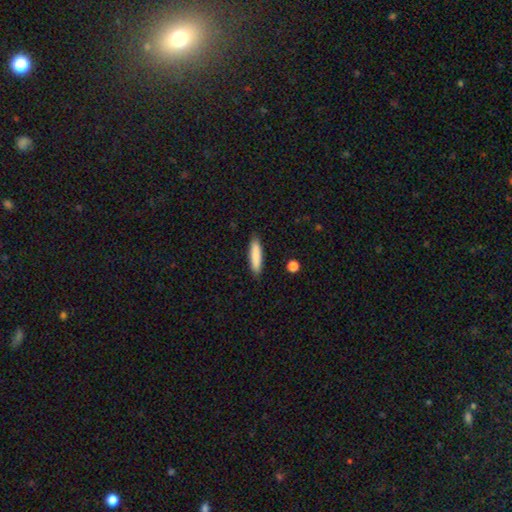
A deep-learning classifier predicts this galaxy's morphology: Smooth or featured? smooth (85%)
How rounded? cigar-shaped (80%)
Merging? none (88%)